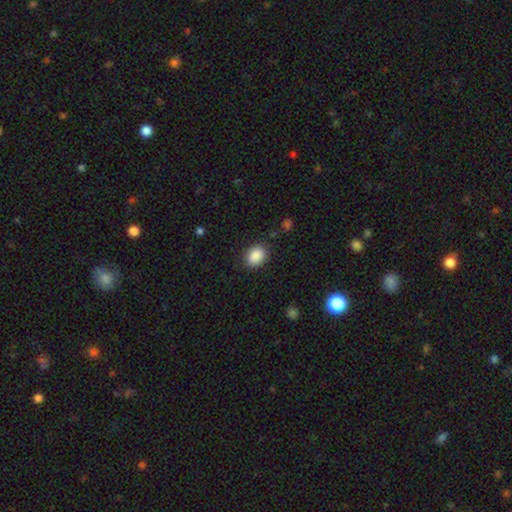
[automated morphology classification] Smooth or featured: smooth — 88% (star or artifact — 8%)
How rounded: in between — 57% (round — 42%)
Merging: none — 85% (minor disturbance — 10%)